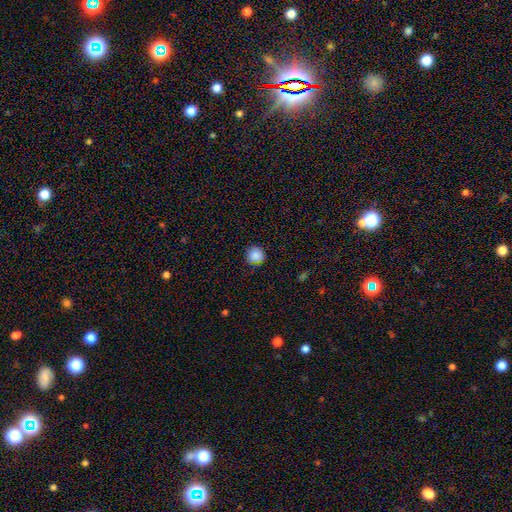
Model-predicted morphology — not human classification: Overall: smooth (86%). How rounded: round (92%). Merging: none (82%).